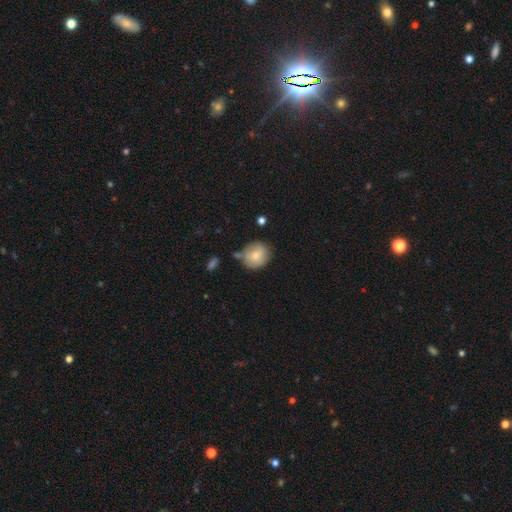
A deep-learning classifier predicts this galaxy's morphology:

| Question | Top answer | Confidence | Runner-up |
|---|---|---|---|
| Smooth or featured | smooth | 75% | featured or disk (18%) |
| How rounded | round | 81% | in between (18%) |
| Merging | none | 64% | minor disturbance (22%) |